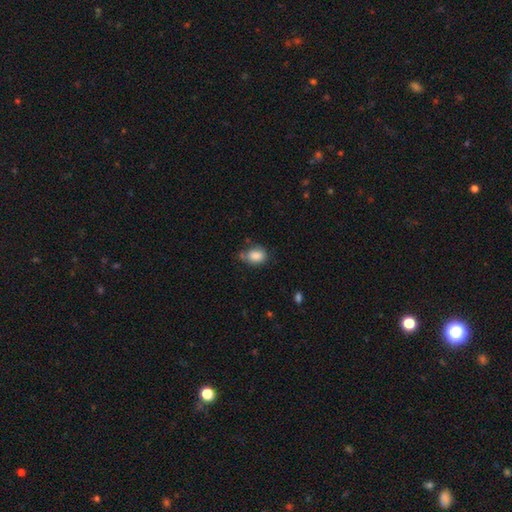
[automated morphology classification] A smooth galaxy with no disk features (85%) that is in between round and cigar-shaped (68%).

Vote fractions:
- Smooth or featured? smooth: 85% / star or artifact: 8% / featured or disk: 7%
- How rounded? in between: 68% / round: 31% / cigar-shaped: 1%
- Merging? none: 55% / minor disturbance: 29% / major disturbance: 9% / merger: 7%